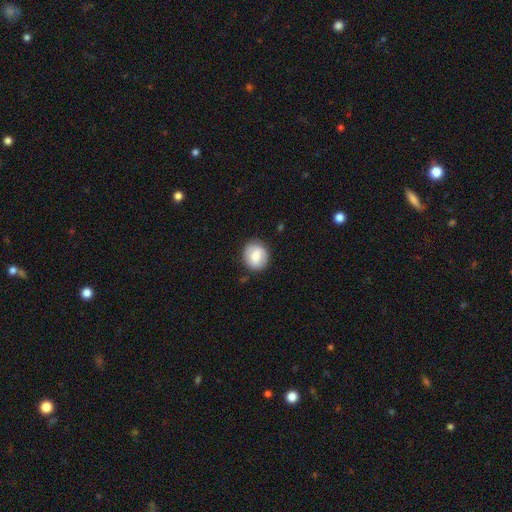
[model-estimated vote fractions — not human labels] Overall: smooth (76%). How rounded: round (78%). Merging: none (84%).